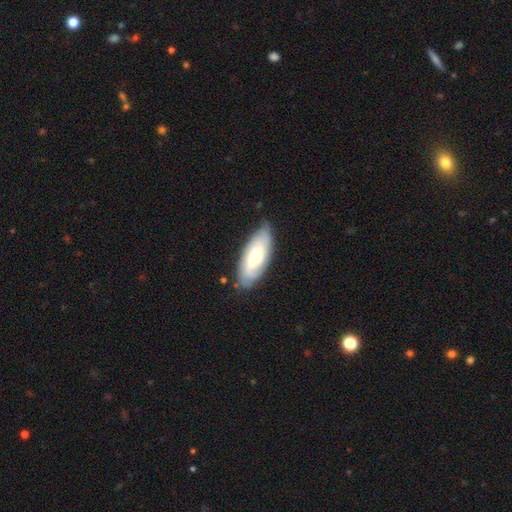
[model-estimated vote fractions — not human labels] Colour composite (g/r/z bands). It shows a smooth galaxy with no disk features (52%) that is in between round and cigar-shaped (79%). Merging: none (73%).